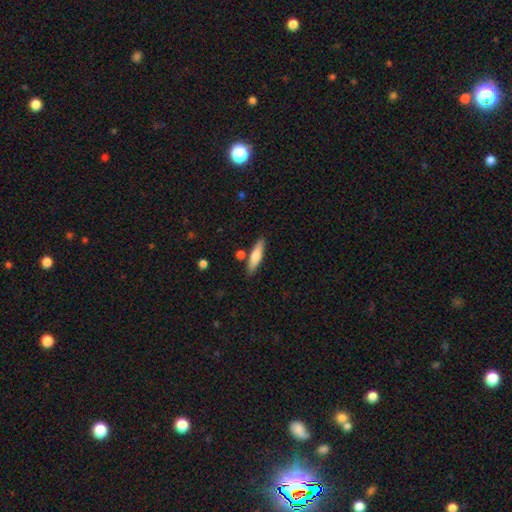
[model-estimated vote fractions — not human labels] A smooth galaxy with no disk features (71%) that is cigar-shaped (72%).

Vote fractions:
- Smooth or featured? smooth: 71% / featured or disk: 23% / star or artifact: 6%
- How rounded? cigar-shaped: 72% / in between: 26% / round: 2%
- Merging? none: 81% / minor disturbance: 10% / merger: 6% / major disturbance: 2%